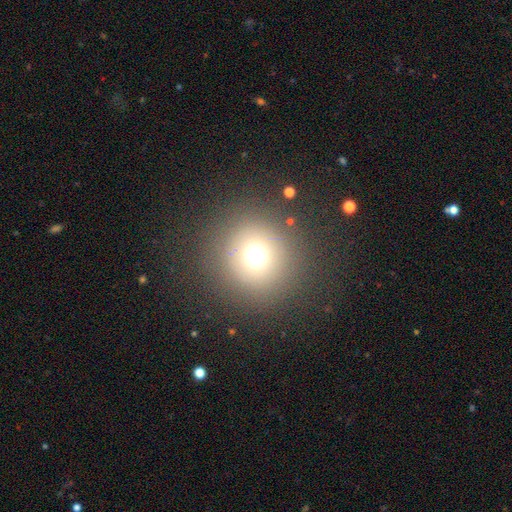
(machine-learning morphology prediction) This is likely a smooth galaxy (67%). How rounded: clearly round (94%). Merging: clearly none (87%).